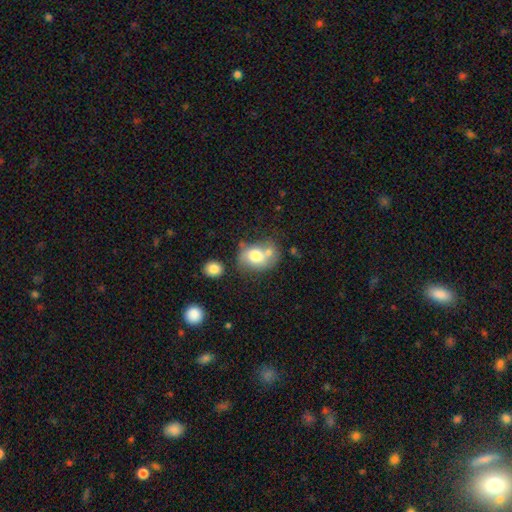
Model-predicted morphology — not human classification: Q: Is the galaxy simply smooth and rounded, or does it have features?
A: smooth — 69%.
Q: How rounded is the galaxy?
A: in between — 58%.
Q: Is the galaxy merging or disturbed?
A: merger — 39%.